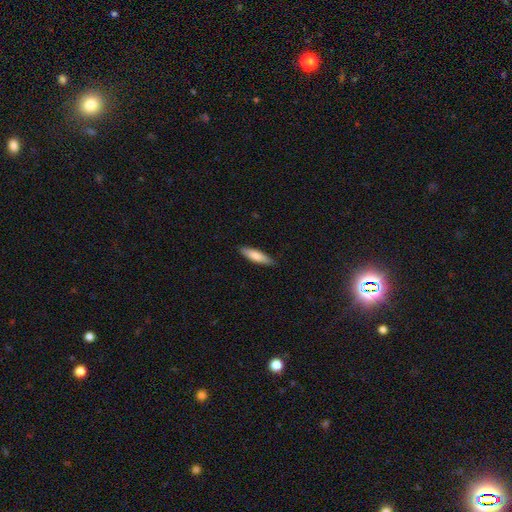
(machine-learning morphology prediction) smooth-or-featured: smooth: 80% | featured or disk: 15% | star or artifact: 5%
  how-rounded: cigar-shaped: 69% | in between: 29% | round: 1%
  merging: none: 88% | minor disturbance: 9% | major disturbance: 2% | merger: 1%